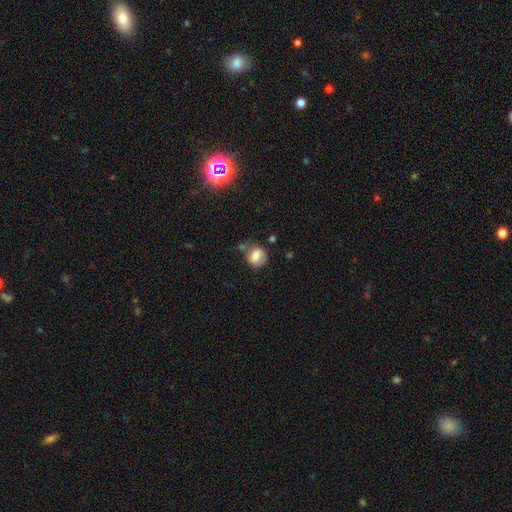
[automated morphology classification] Smooth or featured? smooth (73%)
How rounded? round (63%)
Merging? none (52%)